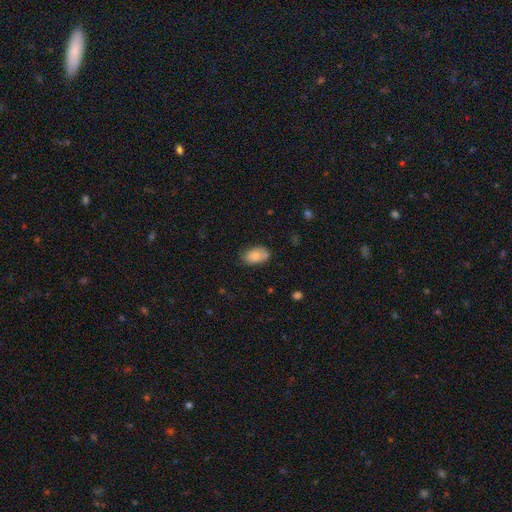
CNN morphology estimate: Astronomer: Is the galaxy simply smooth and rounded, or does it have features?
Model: smooth — 82%.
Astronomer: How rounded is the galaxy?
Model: in between — 92%.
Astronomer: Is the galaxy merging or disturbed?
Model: none — 68%.